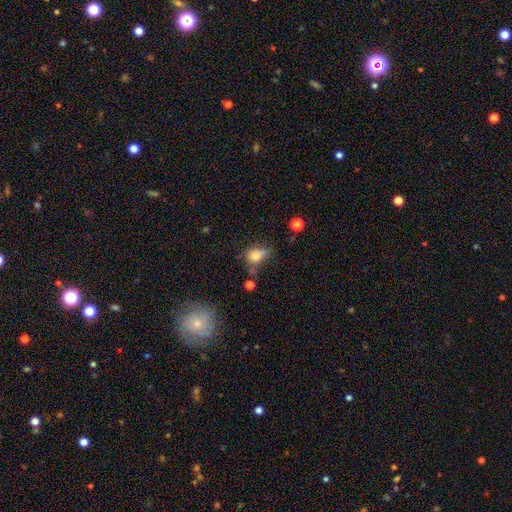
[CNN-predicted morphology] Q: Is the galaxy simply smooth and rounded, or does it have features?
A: smooth — 72%.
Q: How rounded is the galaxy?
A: in between — 57%.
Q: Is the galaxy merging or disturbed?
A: none — 33%, tied with minor disturbance.